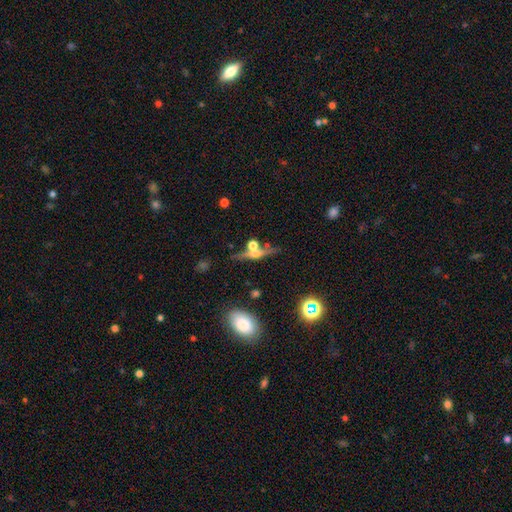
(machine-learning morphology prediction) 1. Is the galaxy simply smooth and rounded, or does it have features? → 63% featured or disk, 26% smooth, 12% star or artifact.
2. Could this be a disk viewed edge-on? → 92% yes, 8% no.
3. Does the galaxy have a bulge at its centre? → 88% rounded, 7% none, 6% boxy.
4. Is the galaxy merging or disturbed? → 69% none, 17% merger, 10% minor disturbance, 4% major disturbance.